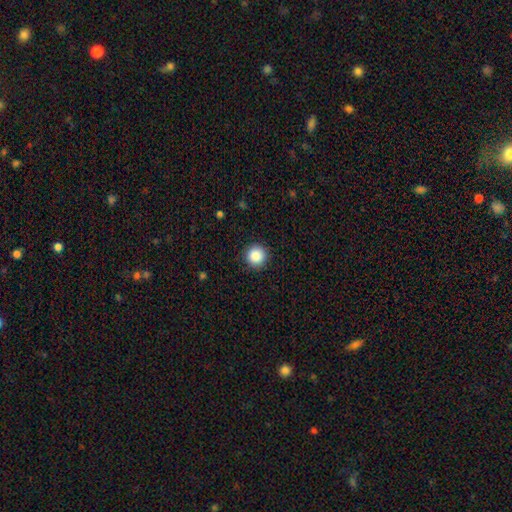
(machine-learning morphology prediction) A smooth galaxy with no disk features (87%) that is round (95%). Merging: none (92%).